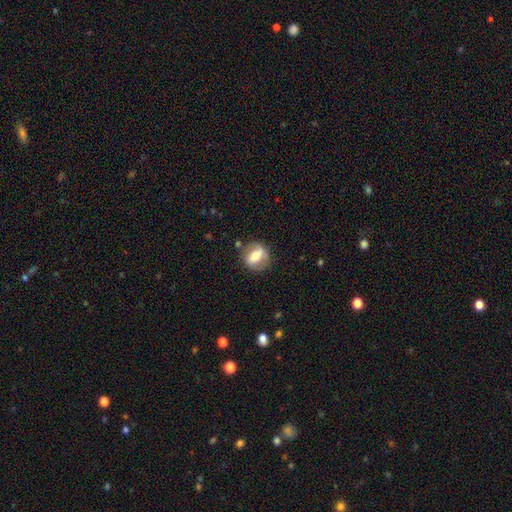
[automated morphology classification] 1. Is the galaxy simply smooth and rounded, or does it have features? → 52% featured or disk, 40% smooth, 7% star or artifact.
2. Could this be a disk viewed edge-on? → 92% no, 8% yes.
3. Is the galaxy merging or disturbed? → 74% none, 16% minor disturbance, 7% major disturbance, 3% merger.